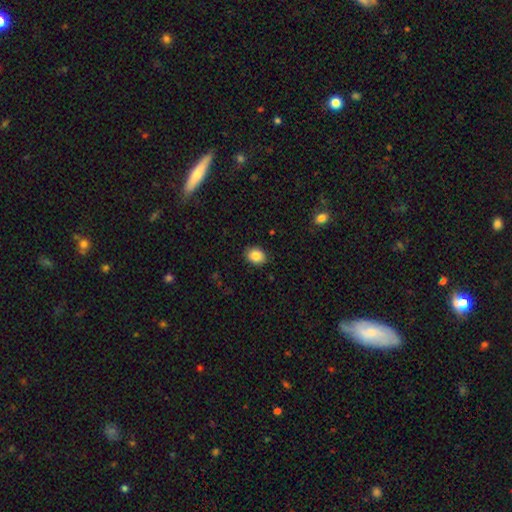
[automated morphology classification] Overall: smooth (86%). How rounded: in between (53%; round 46%). Merging: none (89%).